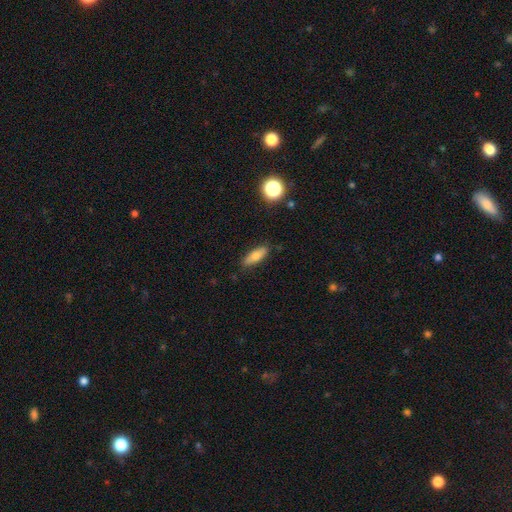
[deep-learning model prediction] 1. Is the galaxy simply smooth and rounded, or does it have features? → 73% smooth, 19% featured or disk, 8% star or artifact.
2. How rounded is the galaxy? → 57% in between, 40% cigar-shaped, 3% round.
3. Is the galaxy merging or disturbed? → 85% none, 11% minor disturbance, 2% major disturbance, 1% merger.